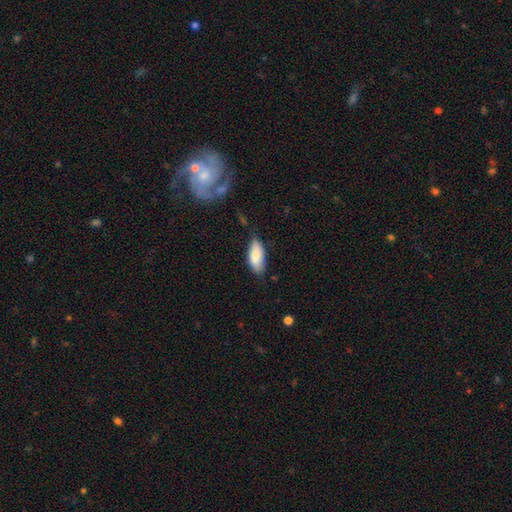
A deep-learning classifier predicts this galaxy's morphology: Smooth or featured: smooth — 83% (featured or disk — 10%)
How rounded: in between — 85% (cigar-shaped — 13%)
Merging: none — 65% (minor disturbance — 27%)